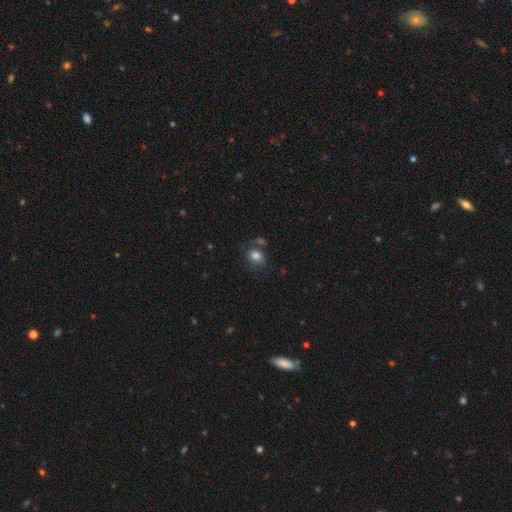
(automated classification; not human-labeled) smooth-or-featured: smooth: 77% | featured or disk: 13% | star or artifact: 10%
  how-rounded: in between: 57% | round: 42% | cigar-shaped: 1%
  merging: none: 52% | minor disturbance: 20% | merger: 17% | major disturbance: 11%